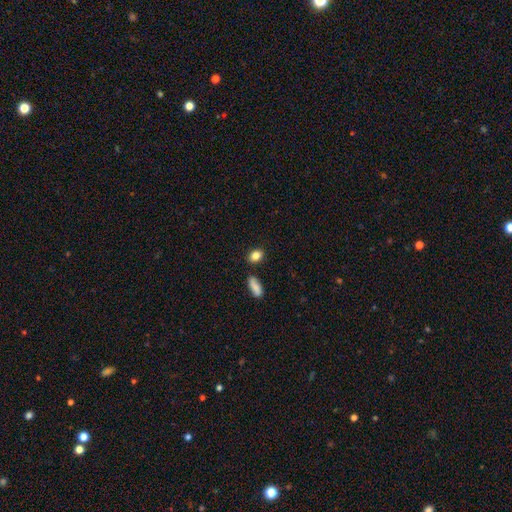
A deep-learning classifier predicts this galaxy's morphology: Smooth or featured: smooth — 85% (star or artifact — 9%)
How rounded: in between — 72% (round — 25%)
Merging: none — 81% (minor disturbance — 11%)